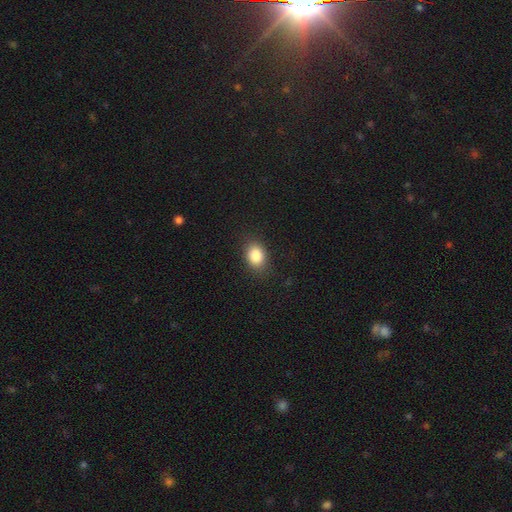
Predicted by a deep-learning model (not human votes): Smooth or featured? Predicted: smooth (p=0.85). How rounded? Predicted: in between (p=0.66). Merging? Predicted: none (p=0.85).